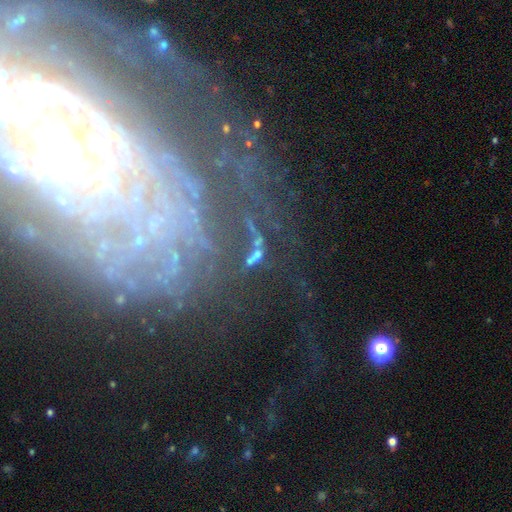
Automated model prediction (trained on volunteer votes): Smooth or featured?
  - star or artifact: 41% *
  - featured or disk: 31%
  - smooth: 28%